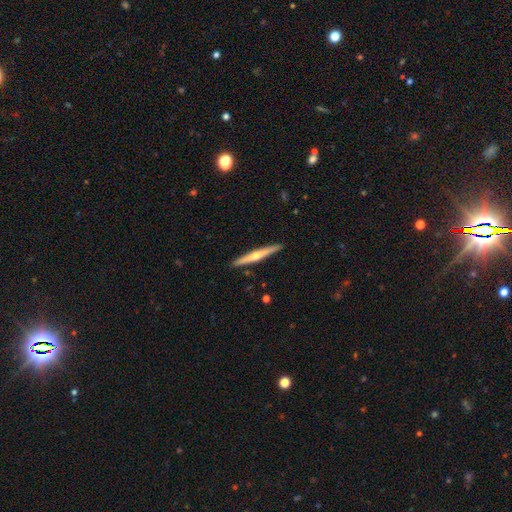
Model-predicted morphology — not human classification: A featured or disk galaxy (63%) viewed edge-on (97%) with a rounded central bulge (82%). Merging: none (91%).